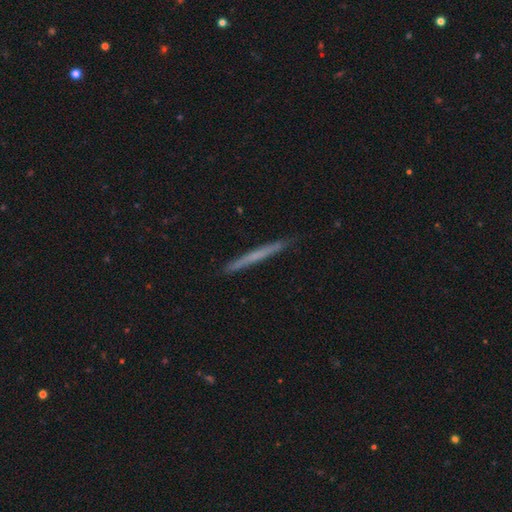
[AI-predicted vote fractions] Smooth or featured: smooth — 50% (featured or disk — 44%)
How rounded: cigar-shaped — 97% (in between — 2%)
Merging: none — 90% (minor disturbance — 7%)